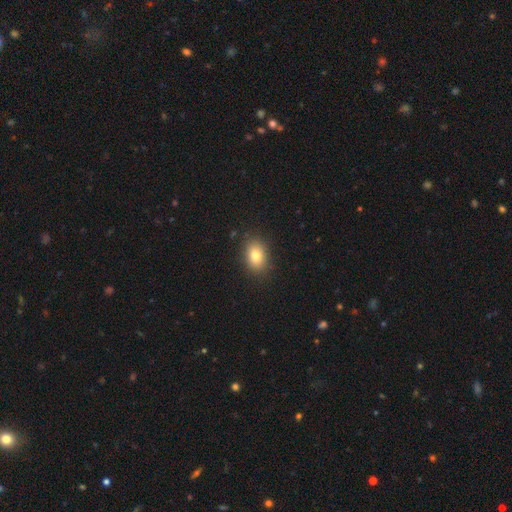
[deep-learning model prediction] This is clearly a smooth galaxy (80%). How rounded: likely in between (73%). Merging: clearly none (87%).